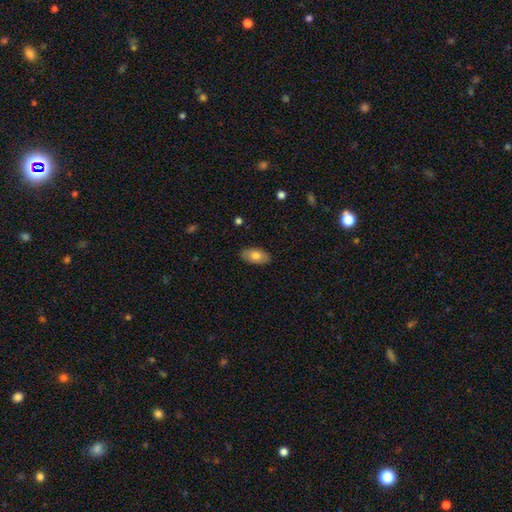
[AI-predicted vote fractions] Q: Smooth or featured?
A: smooth (75%); runner-up: featured or disk (19%)
Q: How rounded?
A: in between (94%); runner-up: round (4%)
Q: Merging?
A: none (86%); runner-up: minor disturbance (10%)